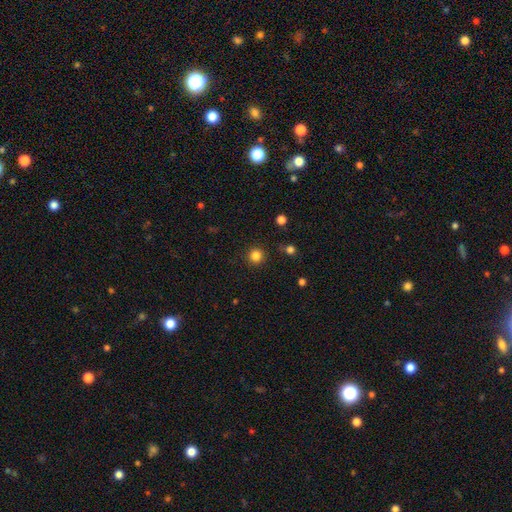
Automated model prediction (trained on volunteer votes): Overall: smooth (83%). How rounded: round (94%). Merging: none (90%).